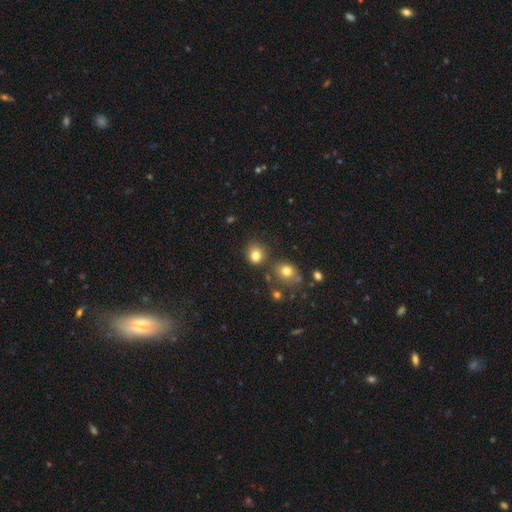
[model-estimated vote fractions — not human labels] A smooth galaxy with no disk features (81%) that is round (83%).

Vote fractions:
- Smooth or featured? smooth: 81% / star or artifact: 13% / featured or disk: 6%
- How rounded? round: 83% / in between: 16% / cigar-shaped: 1%
- Merging? none: 75% / minor disturbance: 11% / merger: 10% / major disturbance: 4%